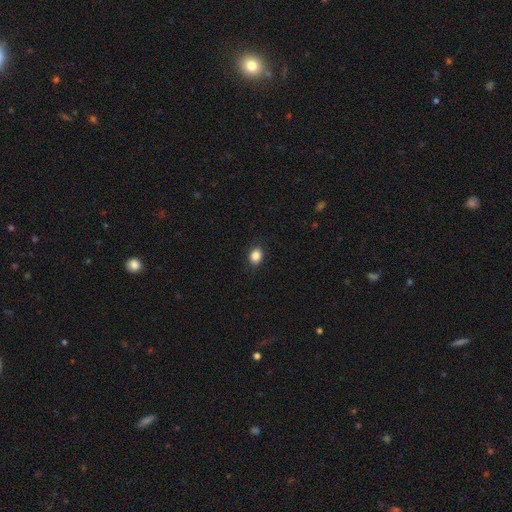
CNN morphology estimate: This is clearly a smooth galaxy (87%). How rounded: possibly in between (53%). Merging: clearly none (89%).